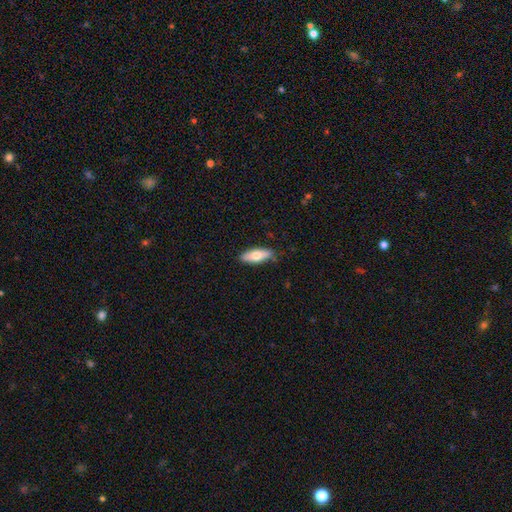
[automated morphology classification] smooth_or_featured: smooth (p=0.70) [alt: featured or disk p=0.25]
how_rounded: in between (p=0.68) [alt: cigar-shaped p=0.29]
merging: none (p=0.84) [alt: minor disturbance p=0.13]